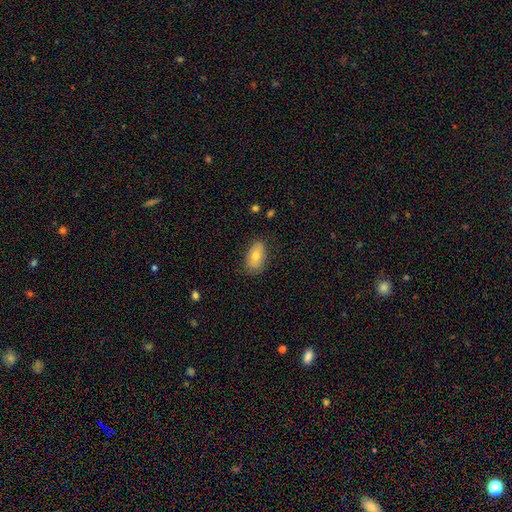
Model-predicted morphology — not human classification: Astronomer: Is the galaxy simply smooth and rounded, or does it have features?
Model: smooth — 72%.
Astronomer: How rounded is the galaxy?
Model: in between — 91%.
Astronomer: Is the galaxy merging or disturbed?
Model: none — 81%.